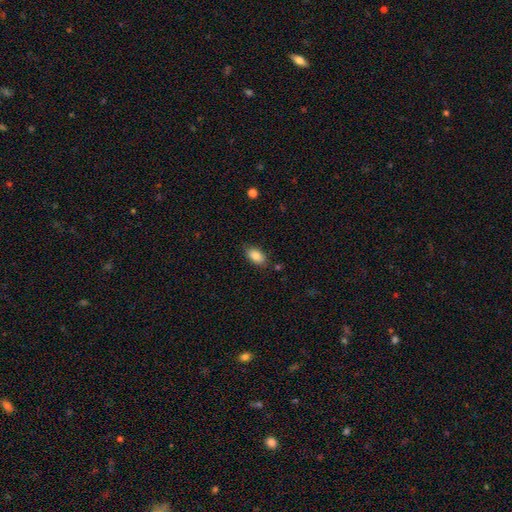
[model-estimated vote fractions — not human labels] The model was most divided on "merging": none: 82%, minor disturbance: 13%, major disturbance: 3%, merger: 2%. More confident: how rounded — in between (92%); smooth or featured — smooth (86%).